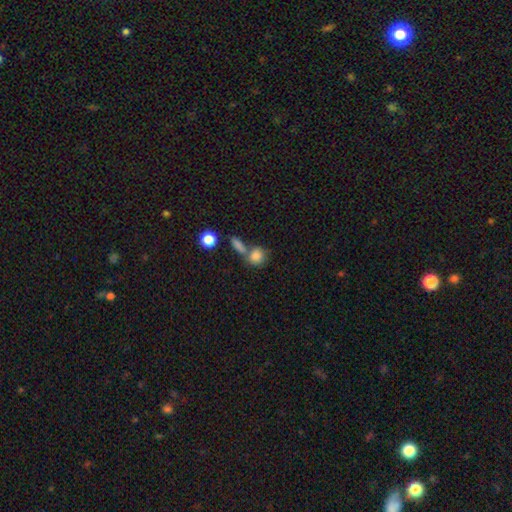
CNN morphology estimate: This appears to be a smooth galaxy with no disk features (82%) that is round (73%). Merging: none (46%).